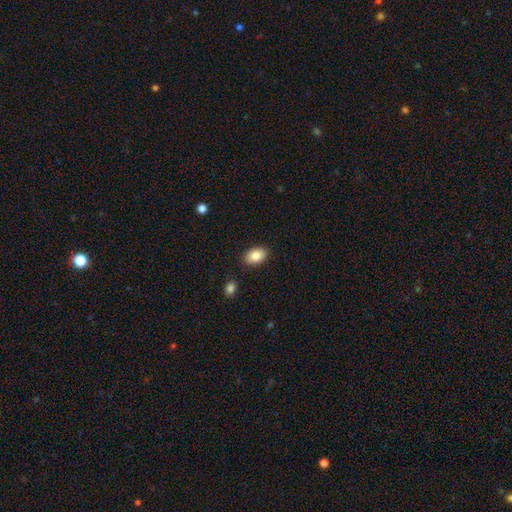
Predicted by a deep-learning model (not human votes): A smooth galaxy with no disk features (86%) that is in between round and cigar-shaped (87%). Merging: none (87%).